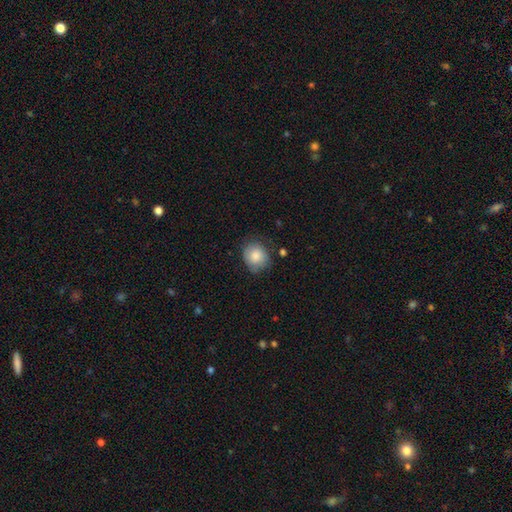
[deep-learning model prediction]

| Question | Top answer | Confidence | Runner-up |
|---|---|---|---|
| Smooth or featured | smooth | 82% | featured or disk (11%) |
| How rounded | round | 71% | in between (28%) |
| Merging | none | 68% | minor disturbance (24%) |